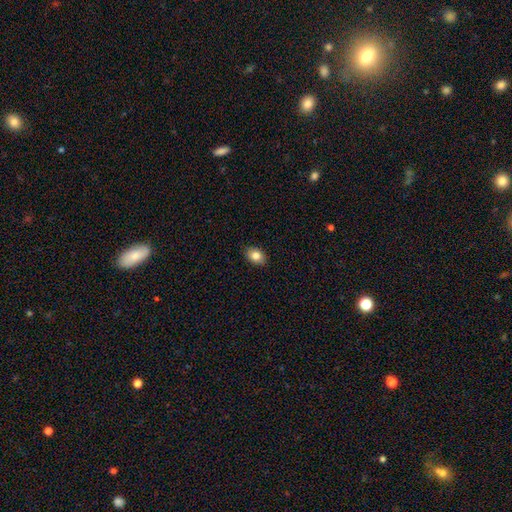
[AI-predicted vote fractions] Smooth or featured?
  - smooth: 83% *
  - featured or disk: 8%
  - star or artifact: 8%
How rounded?
  - in between: 81% *
  - round: 18%
  - cigar-shaped: 1%
Merging?
  - none: 89% *
  - minor disturbance: 8%
  - major disturbance: 2%
  - merger: 1%